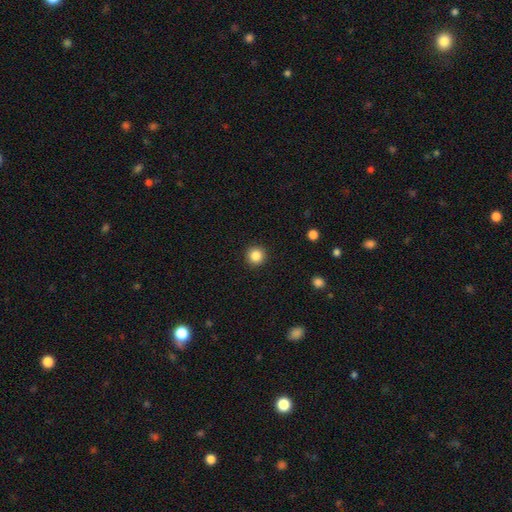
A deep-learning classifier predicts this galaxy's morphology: This is clearly a smooth galaxy (85%). How rounded: clearly round (95%). Merging: clearly none (93%).